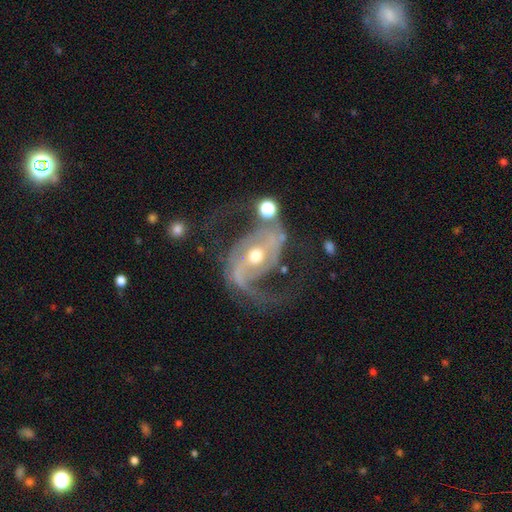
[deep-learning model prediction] A featured or disk galaxy (90%) with a weak bar (35%, tied with no), 2 (89%) loose (47%) spiral arms (96%) and a moderate central bulge (74%). Merging: none (53%).